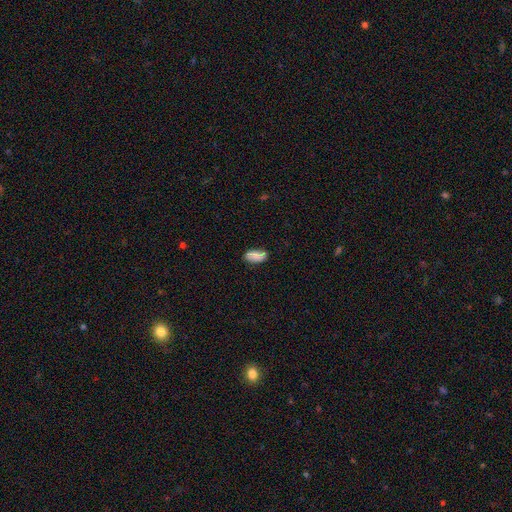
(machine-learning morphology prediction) smooth-or-featured: smooth: 78% | featured or disk: 14% | star or artifact: 8%
  how-rounded: in between: 90% | cigar-shaped: 7% | round: 3%
  merging: none: 75% | minor disturbance: 19% | major disturbance: 4% | merger: 2%